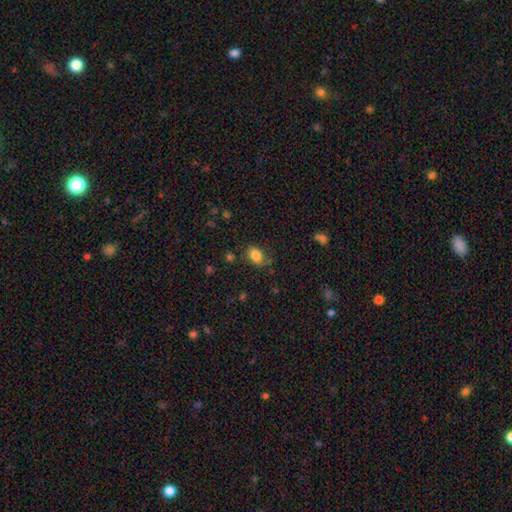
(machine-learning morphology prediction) type=smooth (83%); roundness=in between (69%); merging=none (77%).